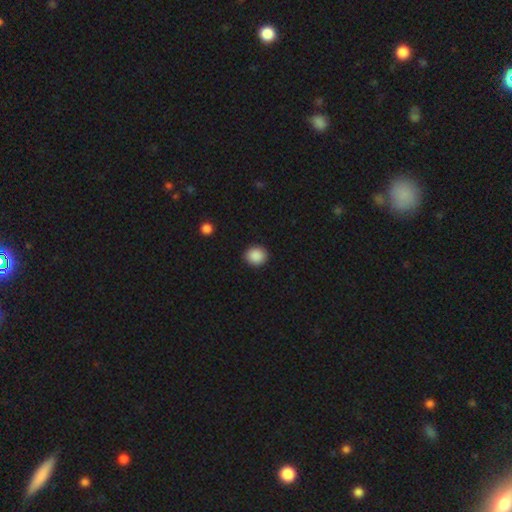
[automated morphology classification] type=smooth (89%); roundness=round (83%); merging=none (91%).